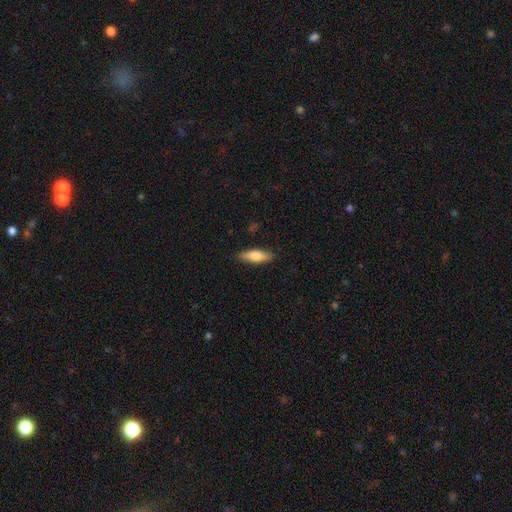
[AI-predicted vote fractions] Overall: smooth (74%). How rounded: in between (52%; cigar-shaped 46%). Merging: none (87%).